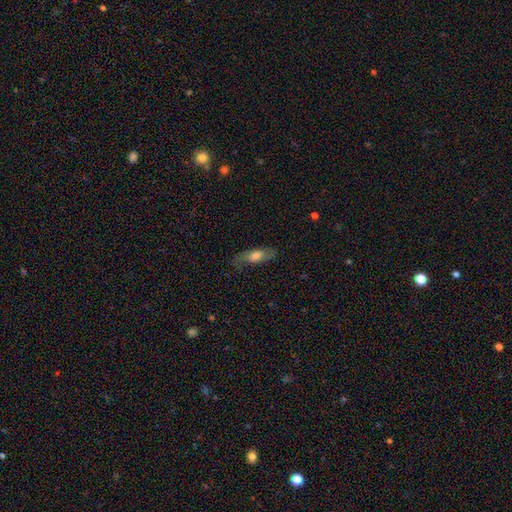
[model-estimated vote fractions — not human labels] A smooth galaxy with no disk features (52%) that is in between round and cigar-shaped (62%). Merging: none (71%).